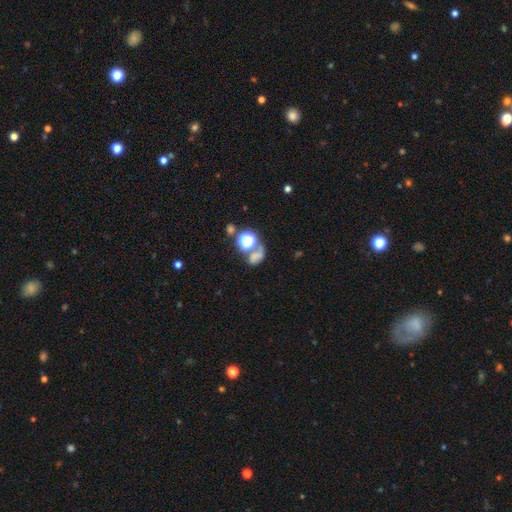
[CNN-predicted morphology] Smooth or featured?
  - smooth: 52% *
  - star or artifact: 32%
  - featured or disk: 16%
How rounded?
  - round: 52% *
  - in between: 46%
  - cigar-shaped: 2%
Merging?
  - merger: 38% *
  - none: 35%
  - major disturbance: 14%
  - minor disturbance: 13%